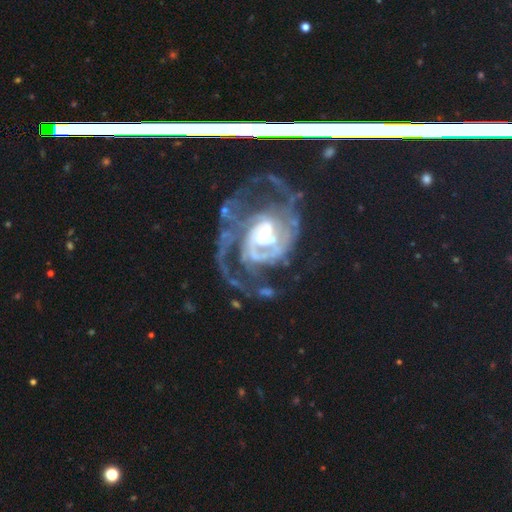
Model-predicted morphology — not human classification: Smooth or featured?
  - star or artifact: 79% *
  - featured or disk: 11%
  - smooth: 10%